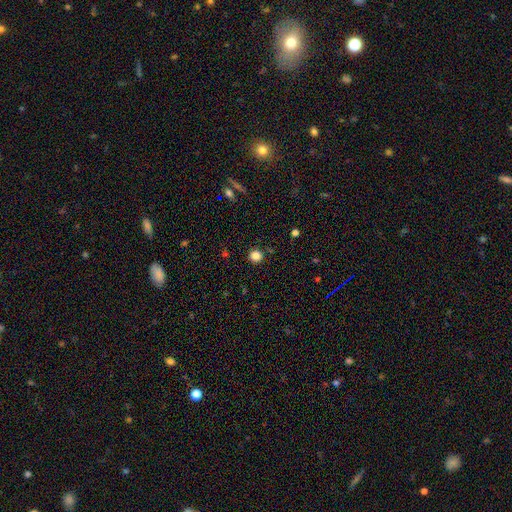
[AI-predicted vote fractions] A smooth galaxy with no disk features (83%) that is round (94%).

Vote fractions:
- Smooth or featured? smooth: 83% / star or artifact: 13% / featured or disk: 4%
- How rounded? round: 94% / in between: 5% / cigar-shaped: 1%
- Merging? none: 90% / minor disturbance: 6% / major disturbance: 2% / merger: 2%